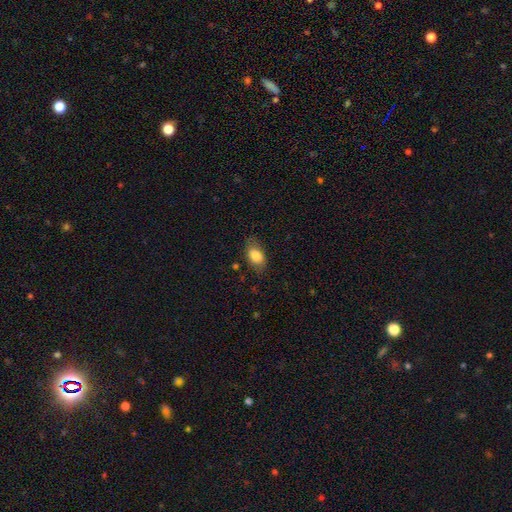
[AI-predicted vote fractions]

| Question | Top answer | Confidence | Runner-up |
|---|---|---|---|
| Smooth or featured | smooth | 82% | featured or disk (11%) |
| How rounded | in between | 88% | round (10%) |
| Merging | none | 76% | minor disturbance (18%) |